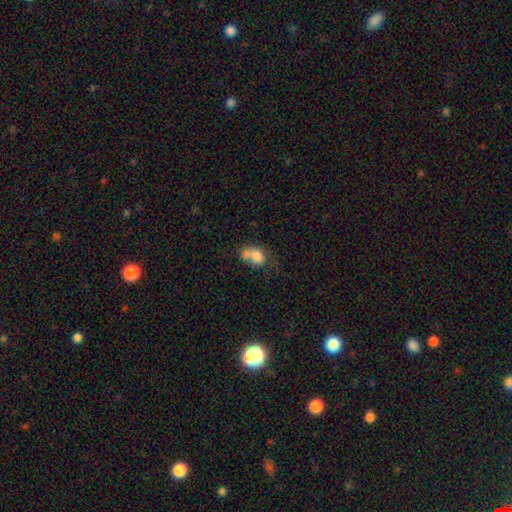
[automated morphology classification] Smooth or featured? Predicted: smooth (p=0.74). How rounded? Predicted: in between (p=0.66). Merging? Predicted: merger (p=0.45).